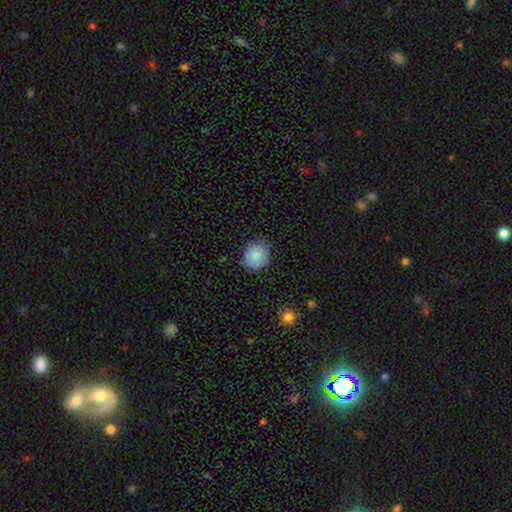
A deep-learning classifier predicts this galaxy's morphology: A smooth galaxy with no disk features (86%) that is round (76%). Merging: none (80%).